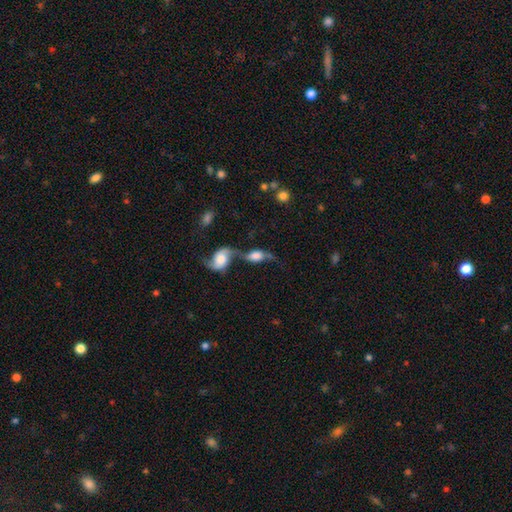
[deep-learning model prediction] Smooth or featured? featured or disk (60%)
Edge-on disk? no (69%)
Merging? merger (58%)